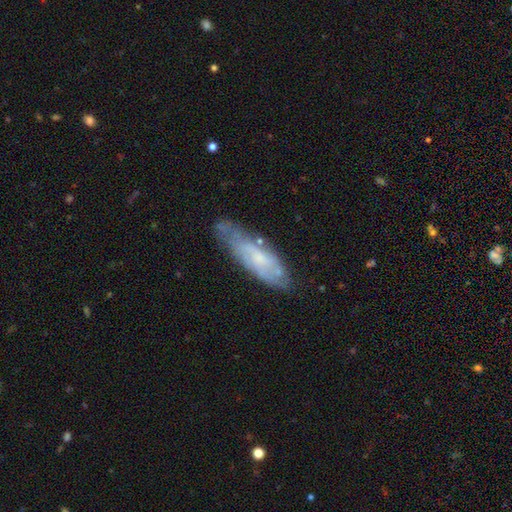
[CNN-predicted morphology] smooth-or-featured: featured or disk: 54% | smooth: 36% | star or artifact: 10%
  disk-edge-on: no: 68% | yes: 32%
  merging: none: 72% | minor disturbance: 20% | major disturbance: 6% | merger: 2%